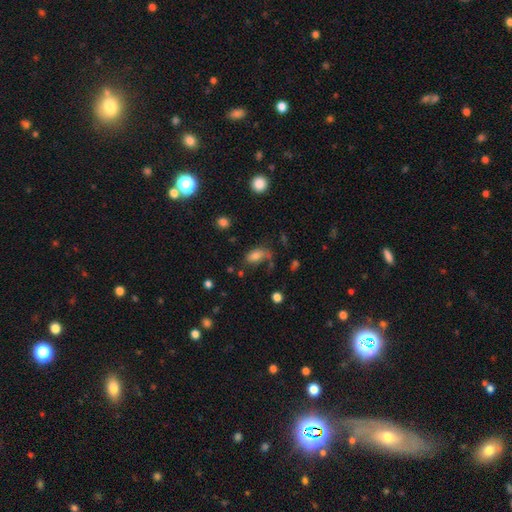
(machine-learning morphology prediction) A smooth galaxy with no disk features (73%) that is in between round and cigar-shaped (88%).

Vote fractions:
- Smooth or featured? smooth: 73% / featured or disk: 16% / star or artifact: 11%
- How rounded? in between: 88% / round: 8% / cigar-shaped: 3%
- Merging? none: 45% / major disturbance: 24% / minor disturbance: 23% / merger: 8%